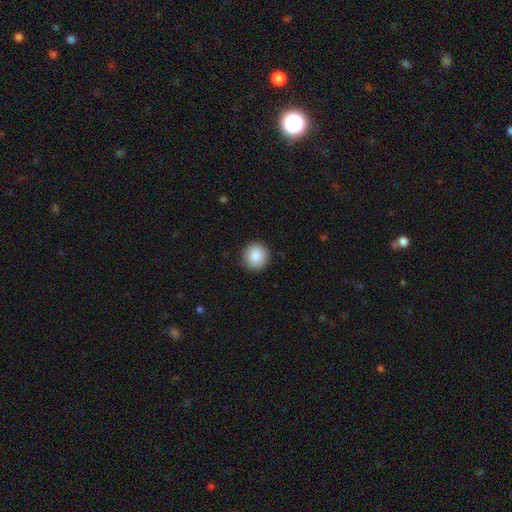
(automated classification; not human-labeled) Morphology: type=smooth (87%); roundness=round (95%); merging=none (92%).